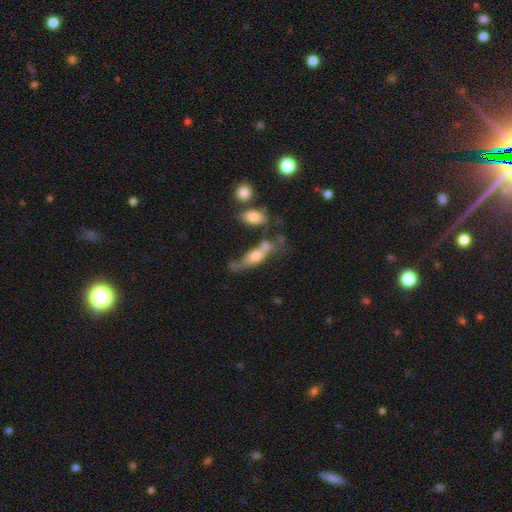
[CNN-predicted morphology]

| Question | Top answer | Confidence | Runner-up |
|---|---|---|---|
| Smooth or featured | smooth | 54% | featured or disk (37%) |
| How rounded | in between | 56% | cigar-shaped (38%) |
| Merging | merger | 31% | none (30%) |